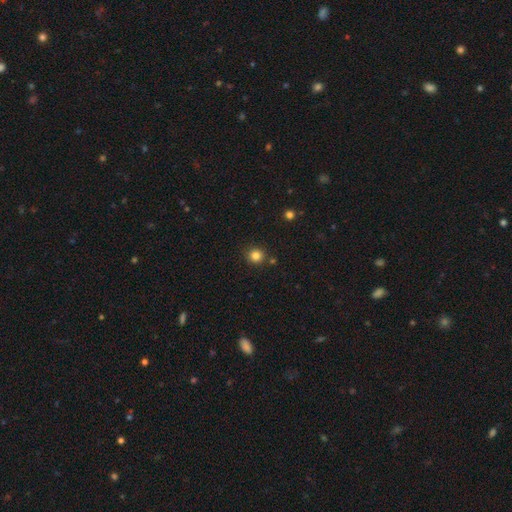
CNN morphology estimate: This is clearly a smooth galaxy (83%). How rounded: clearly round (91%). Merging: clearly none (85%).